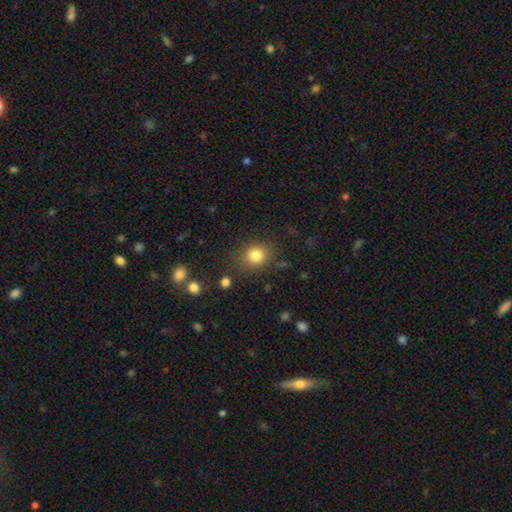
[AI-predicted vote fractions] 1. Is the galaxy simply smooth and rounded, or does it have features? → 81% smooth, 12% star or artifact, 7% featured or disk.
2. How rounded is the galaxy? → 73% round, 26% in between, 1% cigar-shaped.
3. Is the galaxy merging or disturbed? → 82% none, 11% minor disturbance, 4% major disturbance, 3% merger.